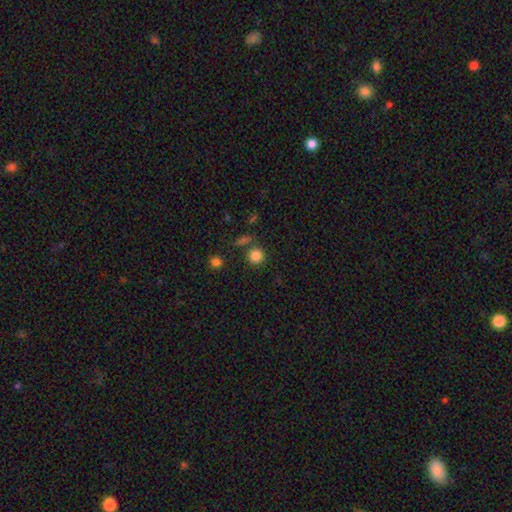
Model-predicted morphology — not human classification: Q: Smooth or featured?
A: smooth (83%); runner-up: star or artifact (12%)
Q: How rounded?
A: round (92%); runner-up: in between (7%)
Q: Merging?
A: none (77%); runner-up: merger (10%)